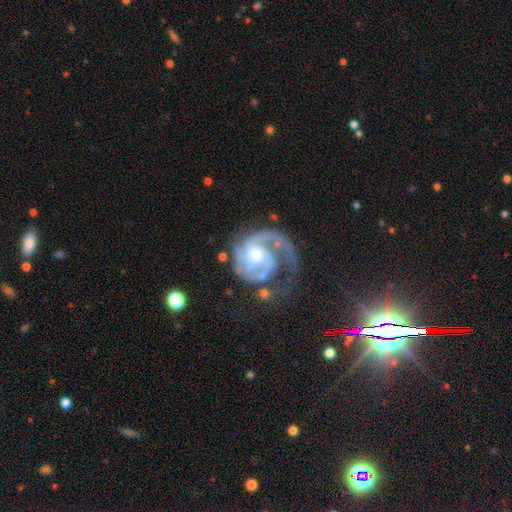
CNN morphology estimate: This is clearly a featured or disk galaxy (89%). It is clearly not viewed edge-on (98%). Bar: likely no (60%). Spiral arm pattern: clearly yes (97%). Spiral arm count: marginally 1 (38%). Spiral winding: marginally medium (42%). Central bulge: possibly moderate (53%). Merging: marginally none (42%).